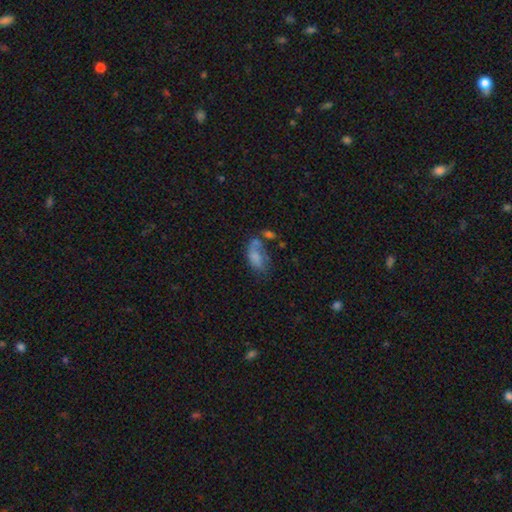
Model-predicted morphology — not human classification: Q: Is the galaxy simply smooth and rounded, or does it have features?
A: smooth — 67%.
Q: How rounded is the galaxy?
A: in between — 88%.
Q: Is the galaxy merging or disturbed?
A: none — 31%.